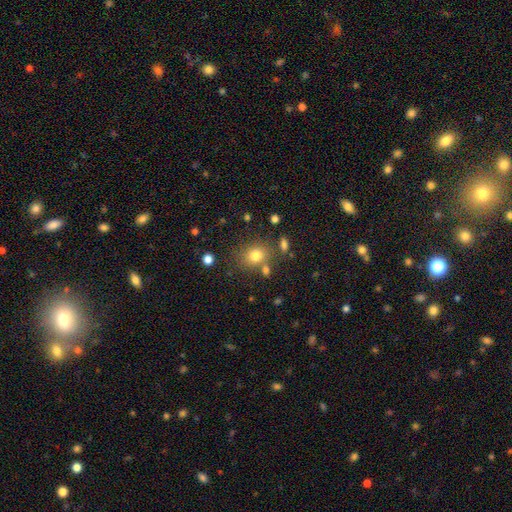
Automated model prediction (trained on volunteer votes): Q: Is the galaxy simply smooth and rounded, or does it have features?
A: smooth — 78%.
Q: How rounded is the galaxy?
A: round — 58%.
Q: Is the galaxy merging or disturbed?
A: none — 71%.